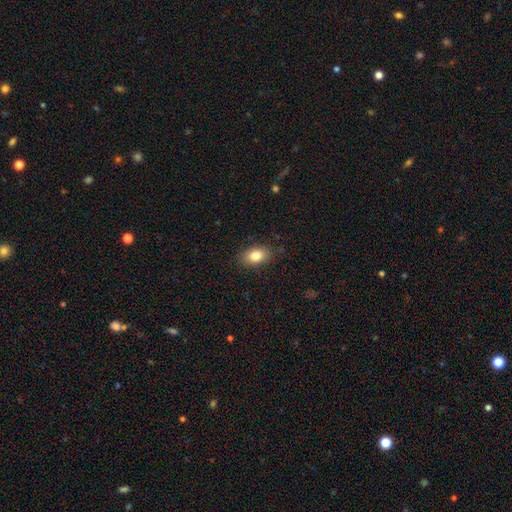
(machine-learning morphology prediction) This appears to be a smooth galaxy with no disk features (82%) that is in between round and cigar-shaped (85%). Merging: none (84%).